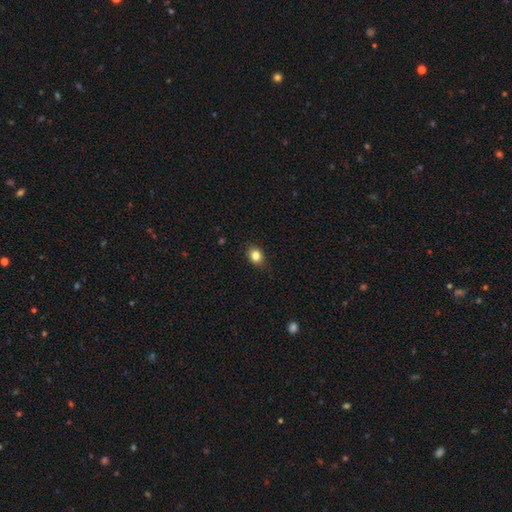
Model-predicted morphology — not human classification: Smooth or featured? smooth (84%)
How rounded? round (50%)
Merging? none (88%)